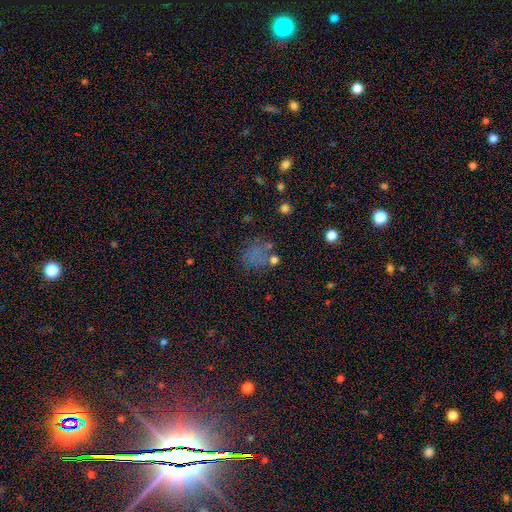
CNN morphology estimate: A smooth galaxy with no disk features (60%) that is round (71%). Merging: none (61%).